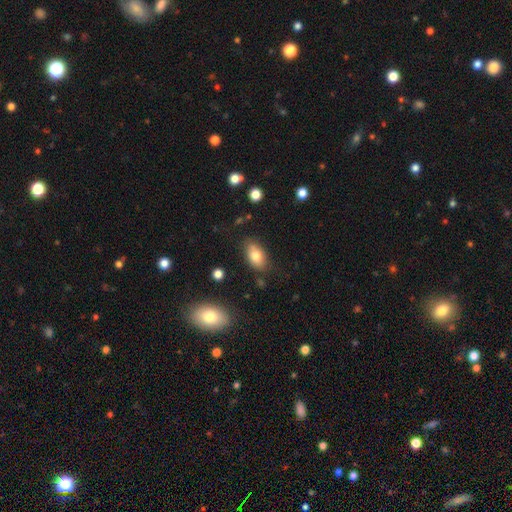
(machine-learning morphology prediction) smooth 79%, featured or disk 12%, star or artifact 8%. Down the decision tree: how rounded — in between (90%); merging — none (76%).